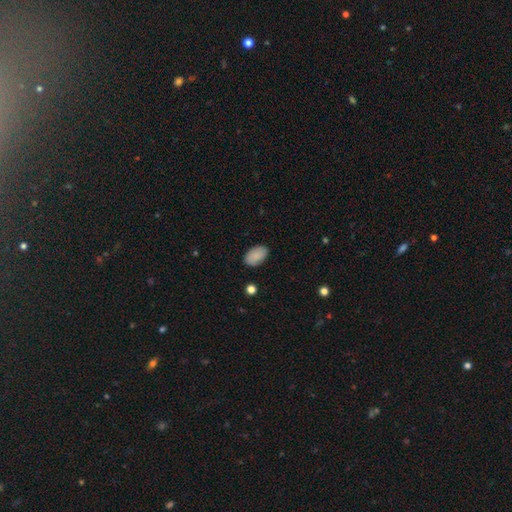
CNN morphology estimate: smooth-or-featured: smooth: 88% | star or artifact: 7% | featured or disk: 5%
  how-rounded: in between: 93% | round: 6% | cigar-shaped: 1%
  merging: none: 87% | minor disturbance: 10% | major disturbance: 2% | merger: 1%